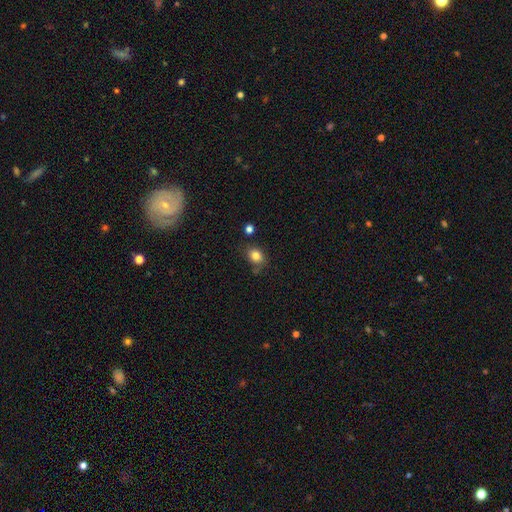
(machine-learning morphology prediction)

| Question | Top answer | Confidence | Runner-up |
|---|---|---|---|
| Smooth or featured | smooth | 82% | star or artifact (11%) |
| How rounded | in between | 54% | round (44%) |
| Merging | none | 72% | minor disturbance (18%) |